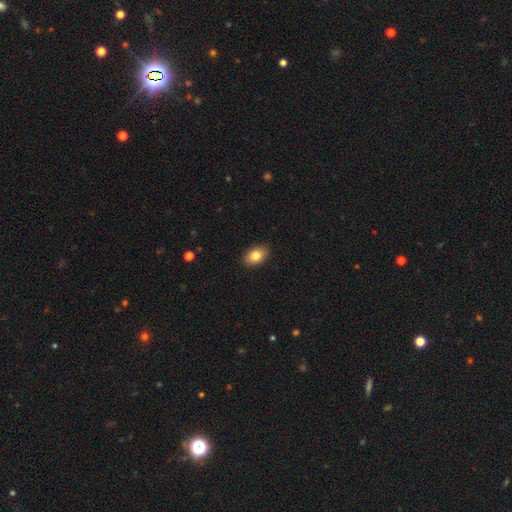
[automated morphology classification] The model was most divided on "how rounded": in between: 85%, round: 13%, cigar-shaped: 1%. More confident: merging — none (89%); smooth or featured — smooth (83%).